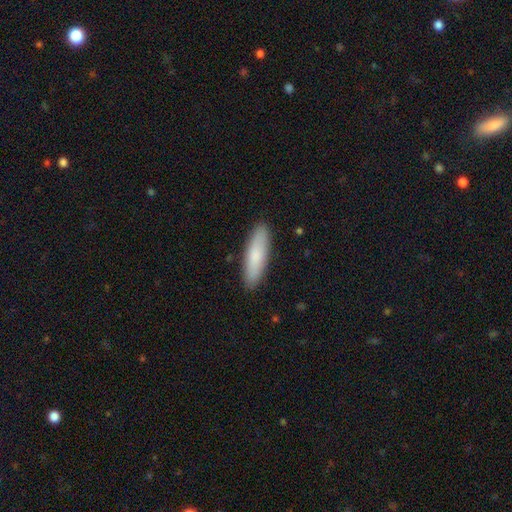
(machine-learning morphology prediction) A smooth galaxy with no disk features (80%) that is cigar-shaped (62%).

Vote fractions:
- Smooth or featured? smooth: 80% / featured or disk: 15% / star or artifact: 6%
- How rounded? cigar-shaped: 62% / in between: 37% / round: 2%
- Merging? none: 89% / minor disturbance: 8% / major disturbance: 2% / merger: 1%